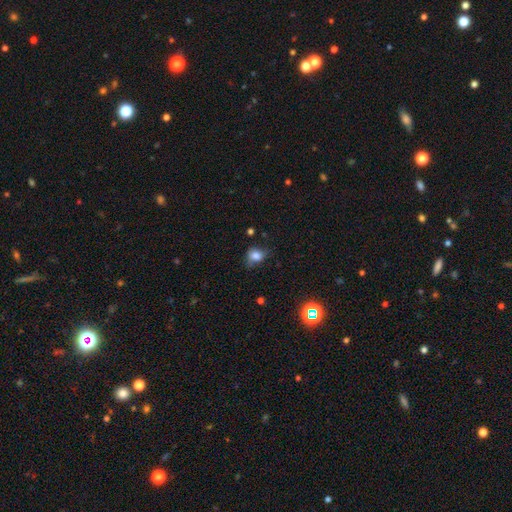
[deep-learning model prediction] Overall: smooth (77%). How rounded: round (54%; in between 45%). Merging: none (49%; minor disturbance 35%).